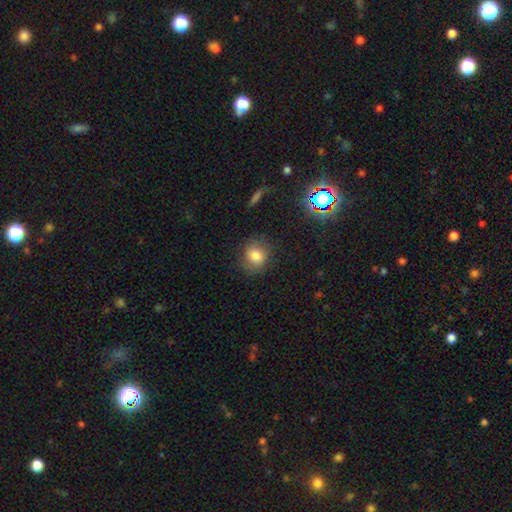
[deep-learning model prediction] Morphology: type=smooth (81%); roundness=round (70%); merging=none (79%).